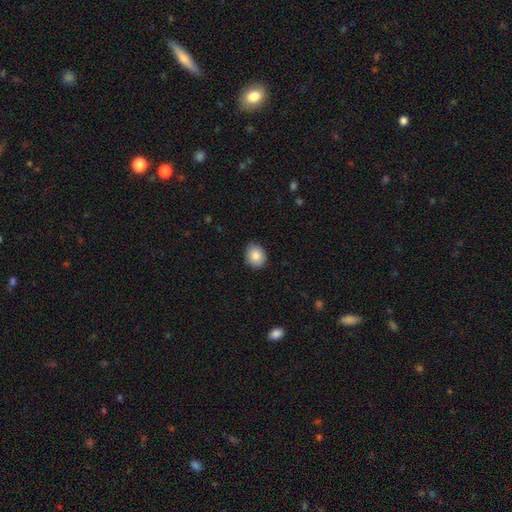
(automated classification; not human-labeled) This is clearly a smooth galaxy (85%). How rounded: possibly round (57%). Merging: clearly none (85%).